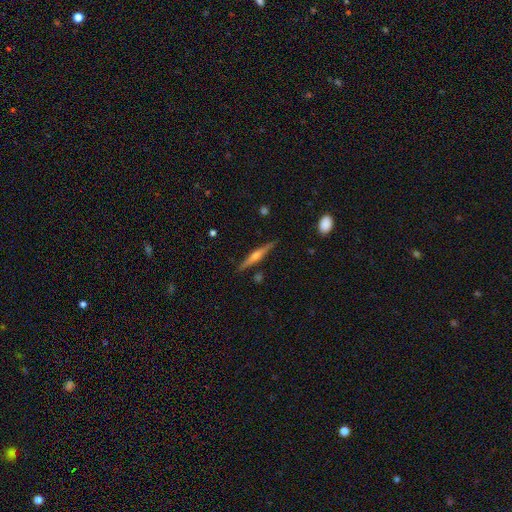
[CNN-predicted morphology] smooth-or-featured: featured or disk: 75% | smooth: 19% | star or artifact: 6%
  disk-edge-on: yes: 98% | no: 2%
    edge-on-bulge: rounded: 89% | boxy: 6% | none: 5%
  merging: none: 89% | minor disturbance: 7% | merger: 2% | major disturbance: 2%